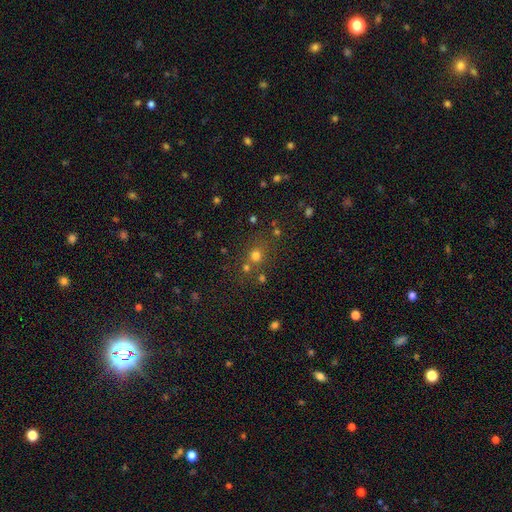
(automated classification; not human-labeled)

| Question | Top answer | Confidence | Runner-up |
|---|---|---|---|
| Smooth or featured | smooth | 70% | star or artifact (22%) |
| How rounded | round | 88% | in between (11%) |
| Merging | none | 69% | merger (17%) |